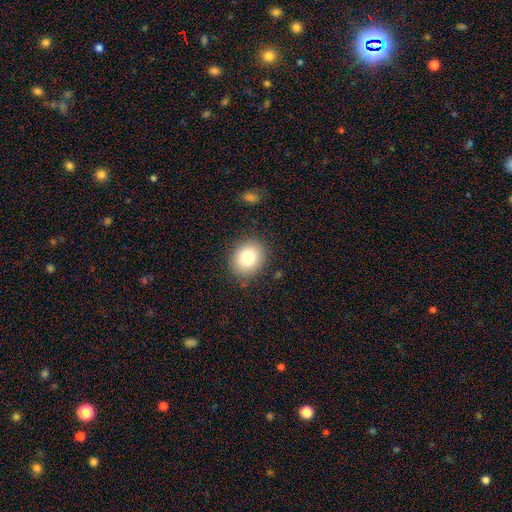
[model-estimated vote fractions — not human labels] Morphology: type=smooth (79%); roundness=round (73%); merging=none (91%).